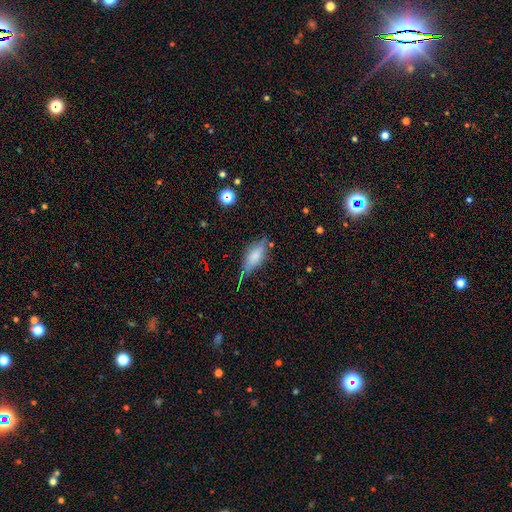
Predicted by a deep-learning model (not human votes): Smooth or featured?
  - smooth: 58% *
  - featured or disk: 32%
  - star or artifact: 9%
How rounded?
  - in between: 65% *
  - cigar-shaped: 31%
  - round: 3%
Merging?
  - none: 61% *
  - minor disturbance: 27%
  - major disturbance: 8%
  - merger: 4%